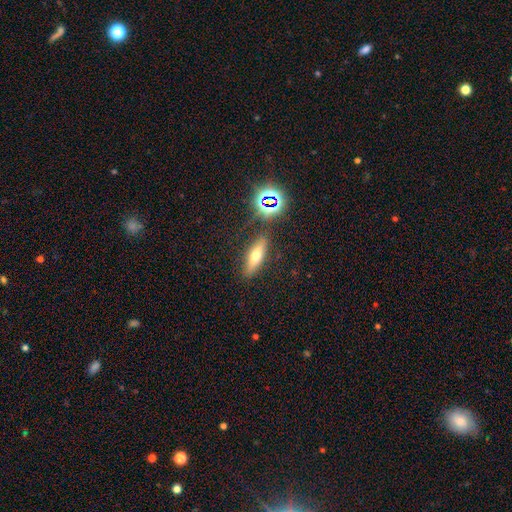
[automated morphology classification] Overall: smooth (53%; featured or disk 32%). How rounded: cigar-shaped (55%; in between 41%). Merging: none (83%).